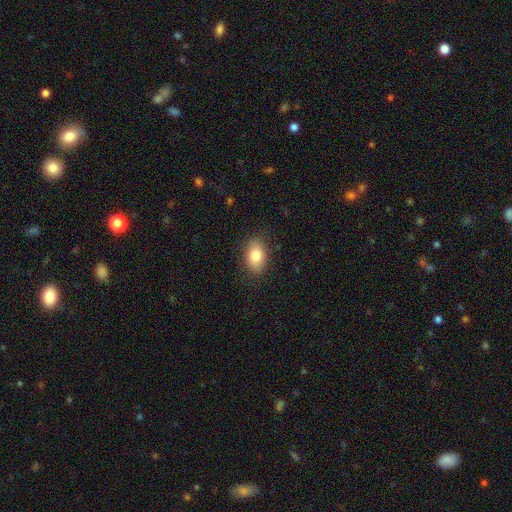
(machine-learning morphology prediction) smooth-or-featured: smooth: 83% | featured or disk: 10% | star or artifact: 8%
  how-rounded: in between: 87% | round: 11% | cigar-shaped: 2%
  merging: none: 84% | minor disturbance: 12% | major disturbance: 3% | merger: 1%